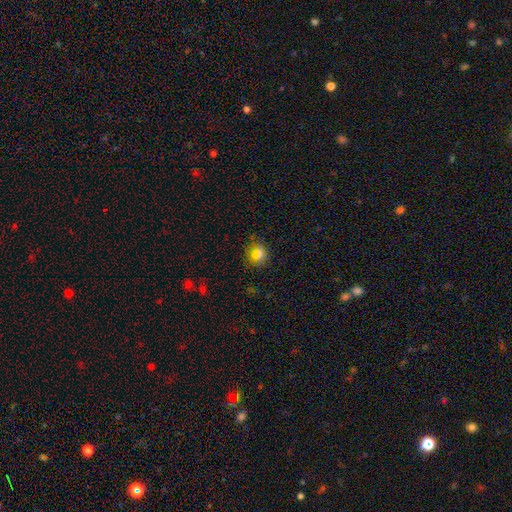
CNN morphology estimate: A smooth galaxy with no disk features (73%) that is round (80%). Merging: none (82%).